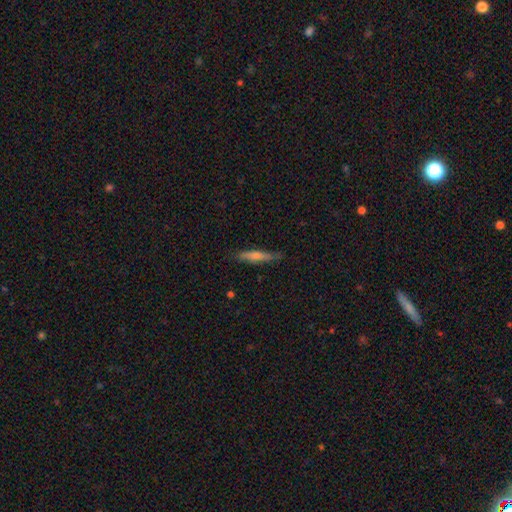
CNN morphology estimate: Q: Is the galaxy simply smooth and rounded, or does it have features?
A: smooth — 54%.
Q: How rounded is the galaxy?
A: cigar-shaped — 91%.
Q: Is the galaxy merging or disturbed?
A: none — 83%.